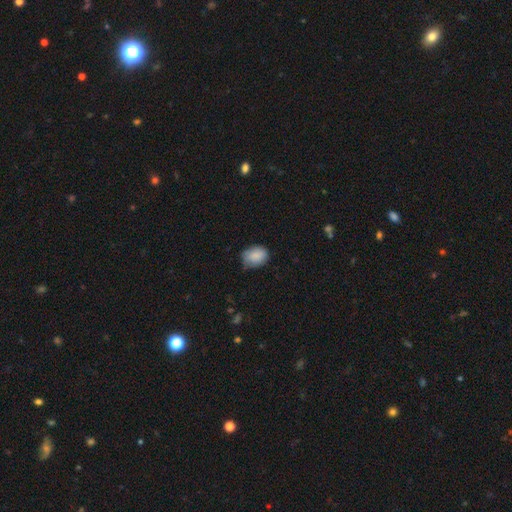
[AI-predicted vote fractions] This appears to be a smooth galaxy with no disk features (85%) that is in between round and cigar-shaped (66%). Merging: none (61%).